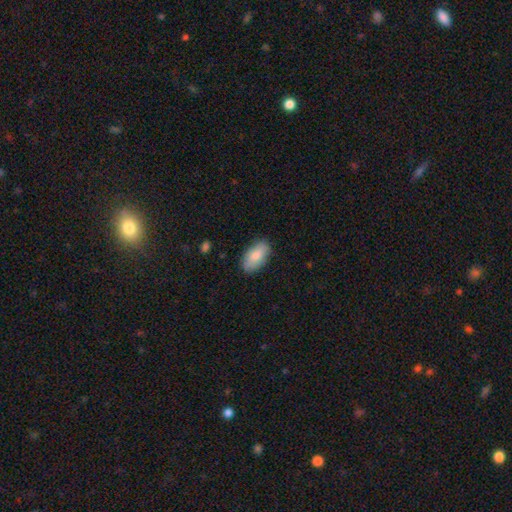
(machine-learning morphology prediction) smooth_or_featured: smooth (p=0.83) [alt: featured or disk p=0.11]
how_rounded: in between (p=0.94) [alt: cigar-shaped p=0.03]
merging: none (p=0.84) [alt: minor disturbance p=0.12]